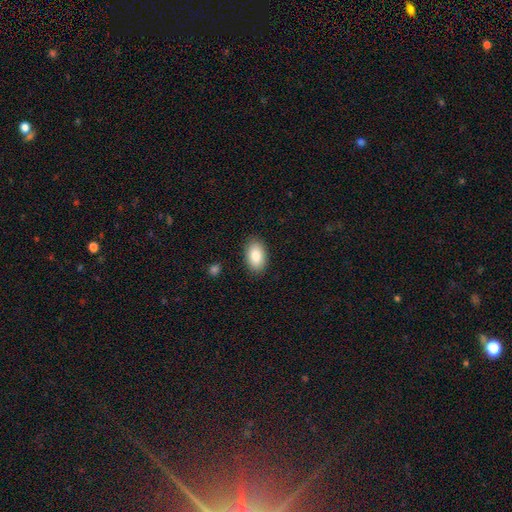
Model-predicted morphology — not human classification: The model was most divided on "smooth or featured": smooth: 85%, featured or disk: 9%, star or artifact: 7%. More confident: how rounded — in between (93%); merging — none (88%).